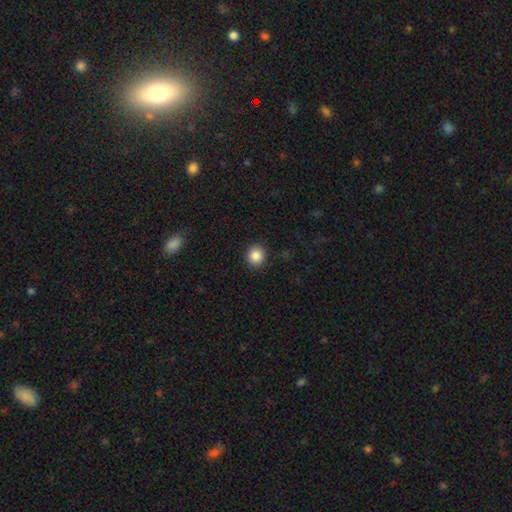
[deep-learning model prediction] smooth-or-featured: smooth: 87% | star or artifact: 10% | featured or disk: 4%
  how-rounded: round: 89% | in between: 10% | cigar-shaped: 1%
  merging: none: 90% | minor disturbance: 7% | major disturbance: 2% | merger: 1%